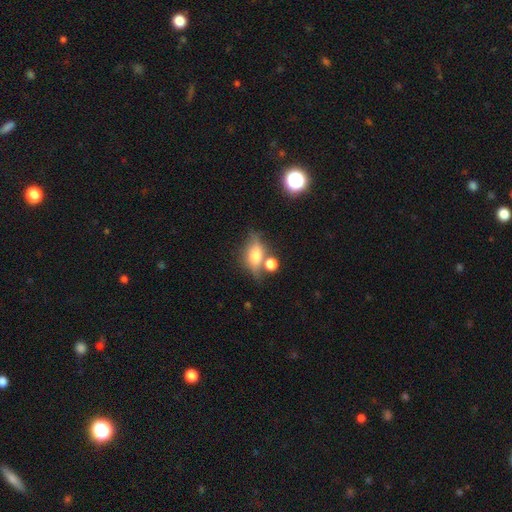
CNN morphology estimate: A smooth galaxy with no disk features (51%) that is in between round and cigar-shaped (69%).

Vote fractions:
- Smooth or featured? smooth: 51% / featured or disk: 38% / star or artifact: 11%
- How rounded? in between: 69% / round: 17% / cigar-shaped: 14%
- Merging? none: 51% / merger: 21% / minor disturbance: 19% / major disturbance: 9%